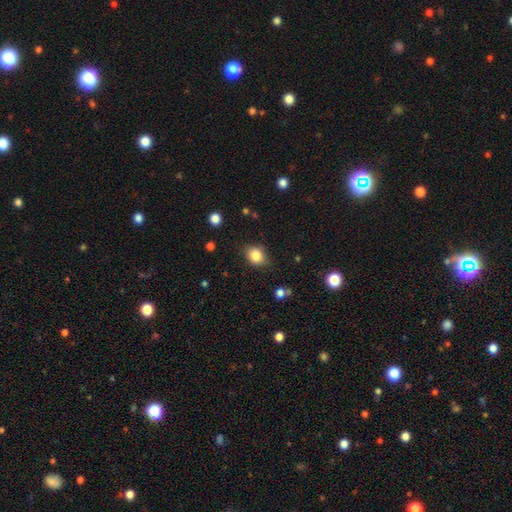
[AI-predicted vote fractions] Smooth or featured: smooth — 84% (star or artifact — 10%)
How rounded: in between — 51% (round — 48%)
Merging: none — 79% (minor disturbance — 15%)